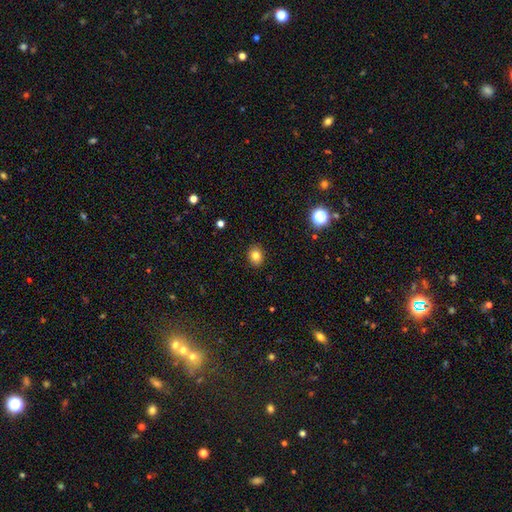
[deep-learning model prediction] Morphology: type=smooth (81%); roundness=round (55%); merging=none (90%).